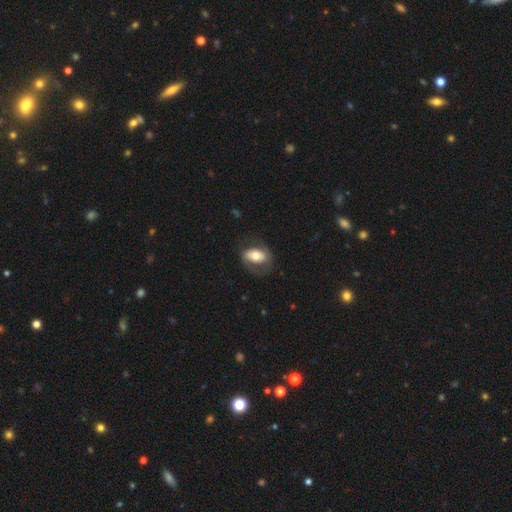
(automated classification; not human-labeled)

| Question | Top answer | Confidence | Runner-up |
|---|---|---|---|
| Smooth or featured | smooth | 52% | featured or disk (42%) |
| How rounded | in between | 86% | round (11%) |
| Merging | none | 65% | minor disturbance (19%) |